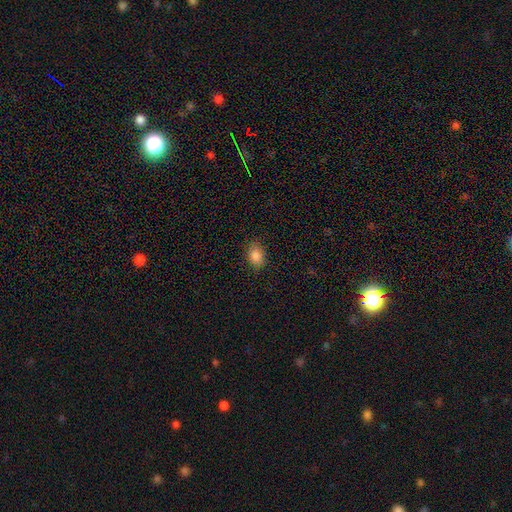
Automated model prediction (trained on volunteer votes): A smooth galaxy with no disk features (86%) that is in between round and cigar-shaped (71%). Merging: none (85%).